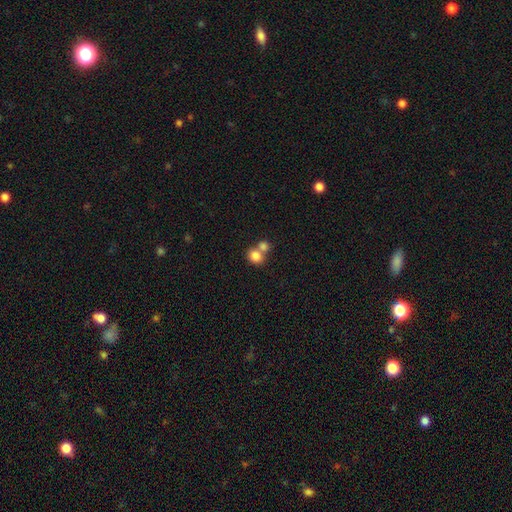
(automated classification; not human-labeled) smooth-or-featured: smooth: 82% | star or artifact: 9% | featured or disk: 9%
  how-rounded: round: 71% | in between: 28% | cigar-shaped: 1%
  merging: merger: 53% | none: 38% | minor disturbance: 6% | major disturbance: 3%